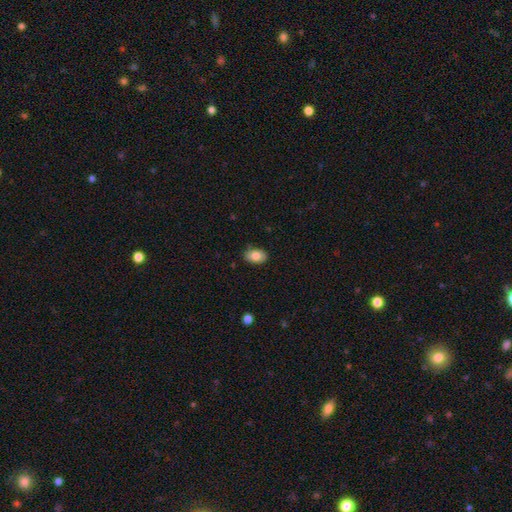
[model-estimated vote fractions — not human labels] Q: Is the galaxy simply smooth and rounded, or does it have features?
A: smooth — 79%.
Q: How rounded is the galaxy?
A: in between — 87%.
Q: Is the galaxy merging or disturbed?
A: none — 82%.